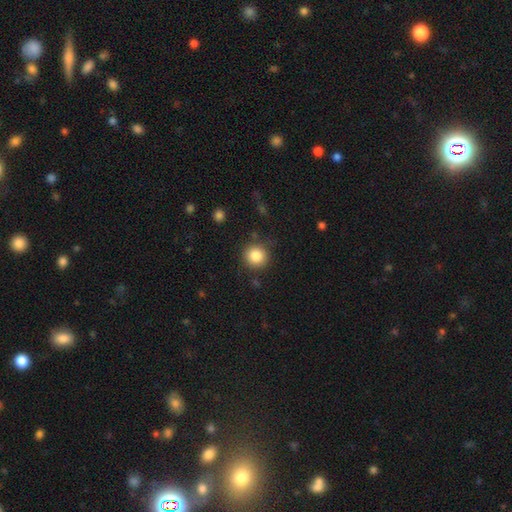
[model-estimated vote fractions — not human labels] Smooth or featured? Predicted: smooth (p=0.85). How rounded? Predicted: round (p=0.93). Merging? Predicted: none (p=0.85).